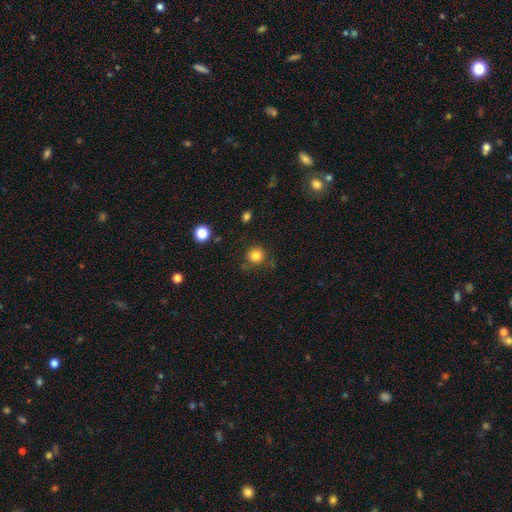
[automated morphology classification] Overall: smooth (82%). How rounded: round (92%). Merging: none (80%).